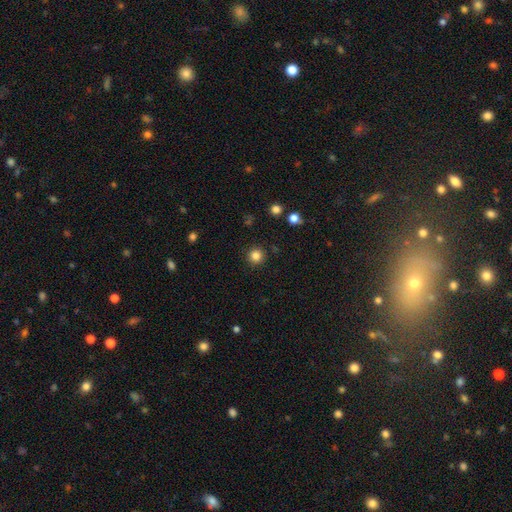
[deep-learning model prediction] Morphology: type=smooth (84%); roundness=round (95%); merging=none (92%).